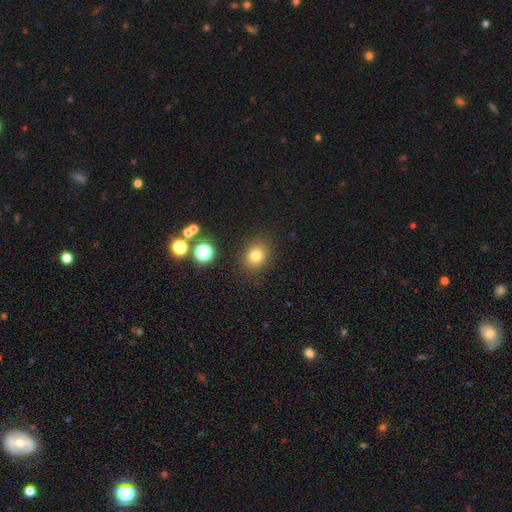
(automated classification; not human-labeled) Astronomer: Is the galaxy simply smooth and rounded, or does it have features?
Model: smooth — 77%.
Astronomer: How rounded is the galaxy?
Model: round — 72%.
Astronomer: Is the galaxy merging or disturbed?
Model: none — 87%.